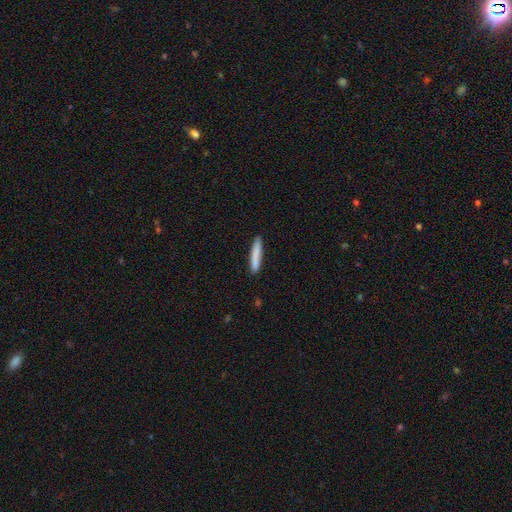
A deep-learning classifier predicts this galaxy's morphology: type=smooth (83%); roundness=cigar-shaped (93%); merging=none (89%).